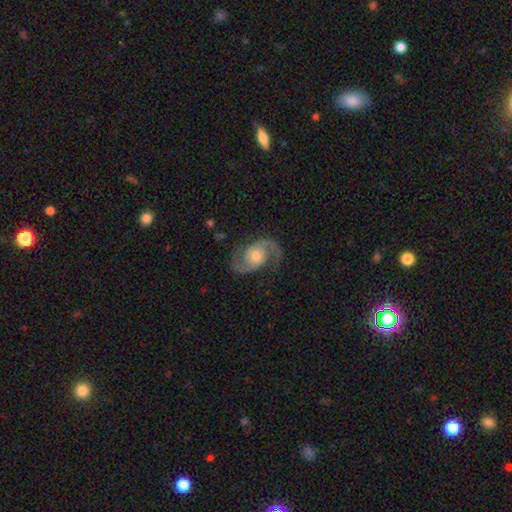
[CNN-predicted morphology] type=featured or disk (92%); edge-on=no (98%); bar=no (63%); spiral arms=yes (98%); winding=medium (60%); arm count=2 (94%); bulge=moderate (60%); merging=none (82%).